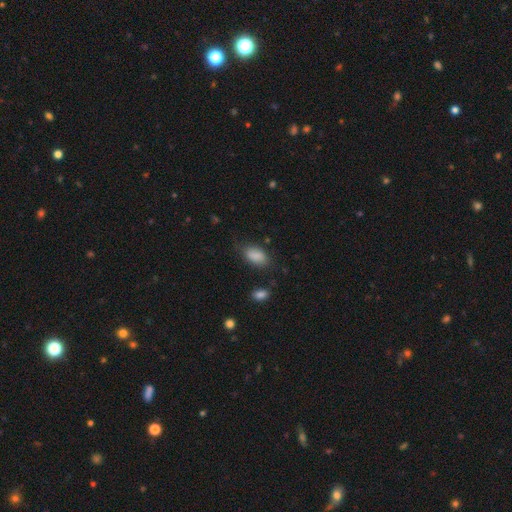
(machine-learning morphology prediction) type=smooth (87%); roundness=in between (92%); merging=none (72%).